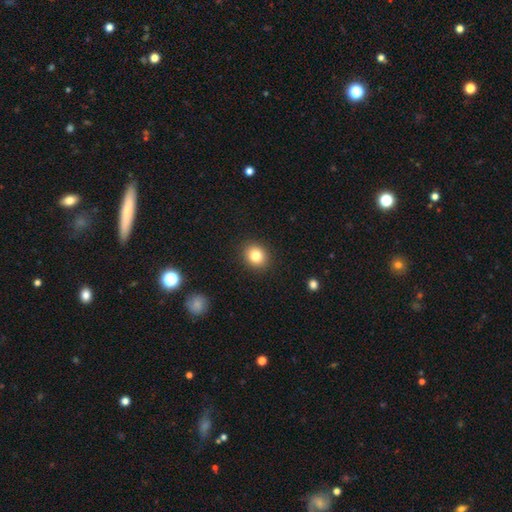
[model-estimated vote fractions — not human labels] Smooth or featured?
  - smooth: 82% *
  - star or artifact: 11%
  - featured or disk: 8%
How rounded?
  - round: 75% *
  - in between: 25%
  - cigar-shaped: 1%
Merging?
  - none: 91% *
  - minor disturbance: 6%
  - major disturbance: 2%
  - merger: 1%